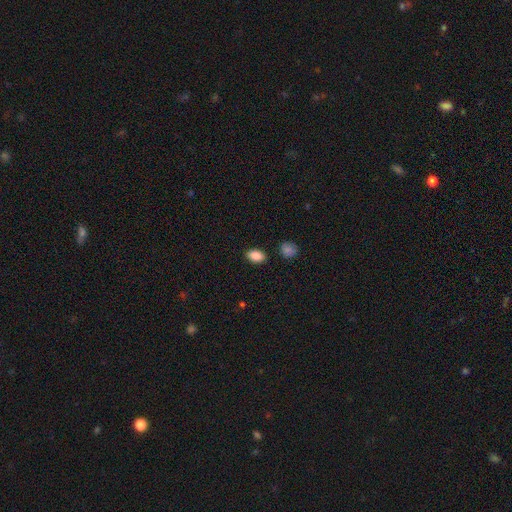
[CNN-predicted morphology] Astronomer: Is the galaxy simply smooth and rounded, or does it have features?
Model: smooth — 88%.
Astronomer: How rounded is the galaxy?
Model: in between — 89%.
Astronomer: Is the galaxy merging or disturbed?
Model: none — 87%.